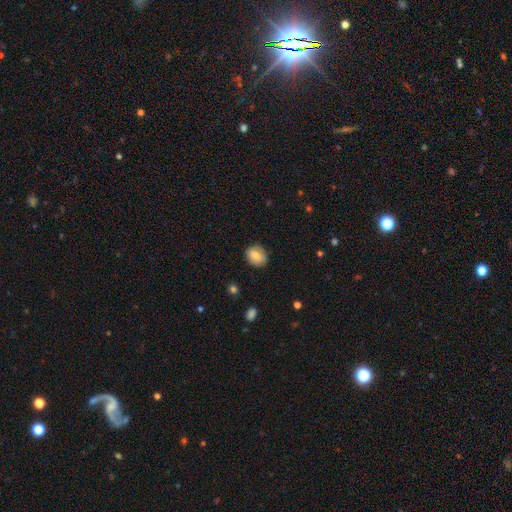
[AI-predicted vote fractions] Overall: smooth (80%). How rounded: round (53%; in between 46%). Merging: none (82%).